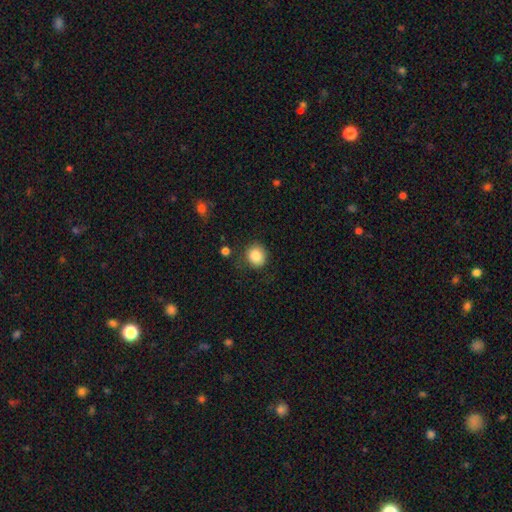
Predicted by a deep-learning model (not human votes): Q: Smooth or featured?
A: smooth (85%); runner-up: star or artifact (9%)
Q: How rounded?
A: round (82%); runner-up: in between (17%)
Q: Merging?
A: none (81%); runner-up: minor disturbance (13%)